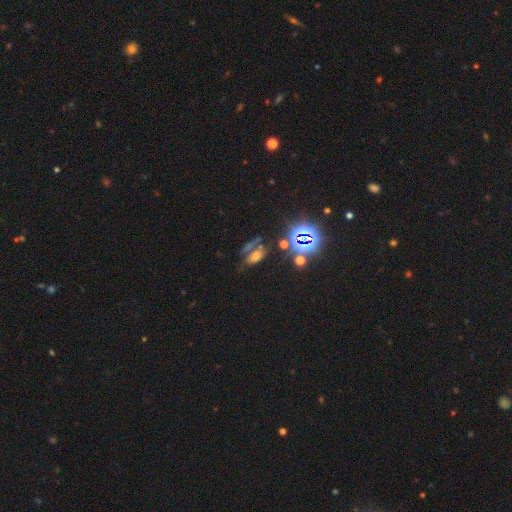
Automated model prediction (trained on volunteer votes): The model was most divided on "smooth or featured": star or artifact: 40%, smooth: 39%, featured or disk: 21%.